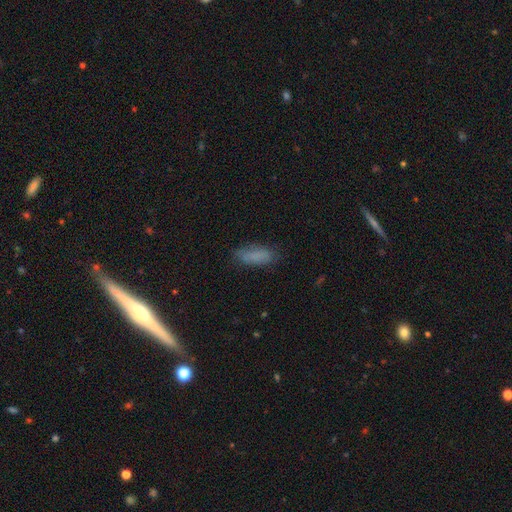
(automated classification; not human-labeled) Morphology: type=smooth (80%); roundness=in between (71%); merging=none (72%).